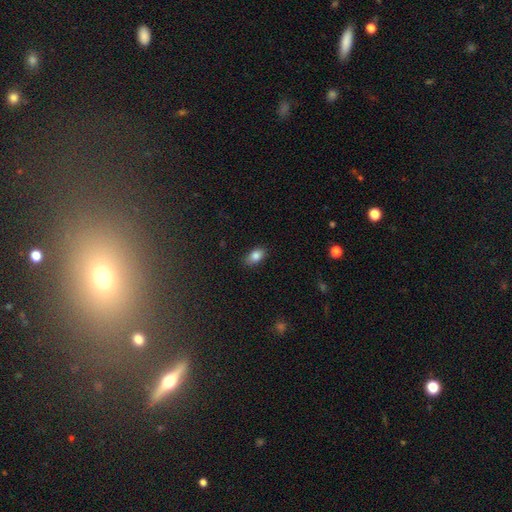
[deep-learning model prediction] smooth-or-featured: smooth: 84% | star or artifact: 8% | featured or disk: 8%
  how-rounded: in between: 90% | round: 7% | cigar-shaped: 3%
  merging: none: 85% | minor disturbance: 12% | major disturbance: 2% | merger: 1%